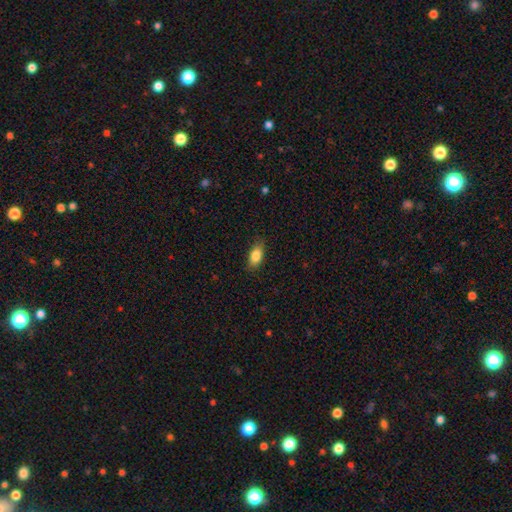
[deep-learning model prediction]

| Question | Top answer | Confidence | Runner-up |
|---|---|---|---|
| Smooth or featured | smooth | 85% | featured or disk (8%) |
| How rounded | in between | 86% | cigar-shaped (8%) |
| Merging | none | 83% | minor disturbance (13%) |